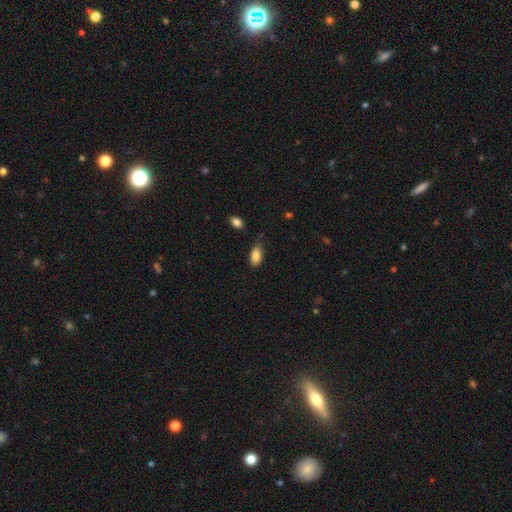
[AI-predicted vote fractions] smooth_or_featured: smooth (p=0.86) [alt: star or artifact p=0.08]
how_rounded: in between (p=0.91) [alt: cigar-shaped p=0.06]
merging: none (p=0.62) [alt: minor disturbance p=0.29]